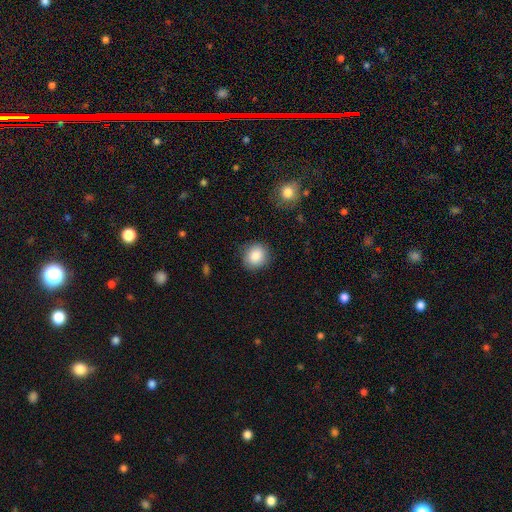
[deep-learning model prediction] smooth 87%, star or artifact 8%, featured or disk 5%. Down the decision tree: how rounded — round (83%); merging — none (86%).